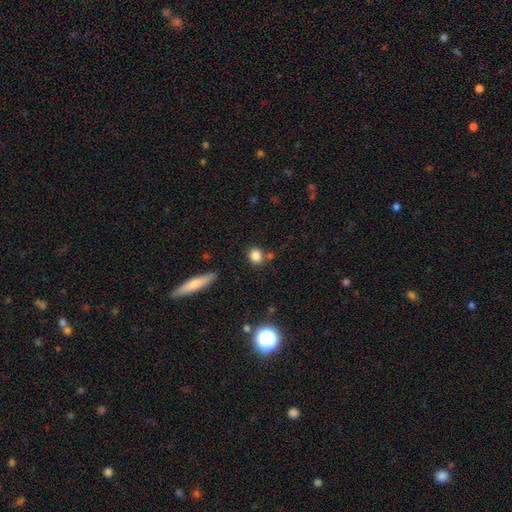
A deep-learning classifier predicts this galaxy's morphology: Smooth or featured? smooth (83%)
How rounded? round (65%)
Merging? none (72%)